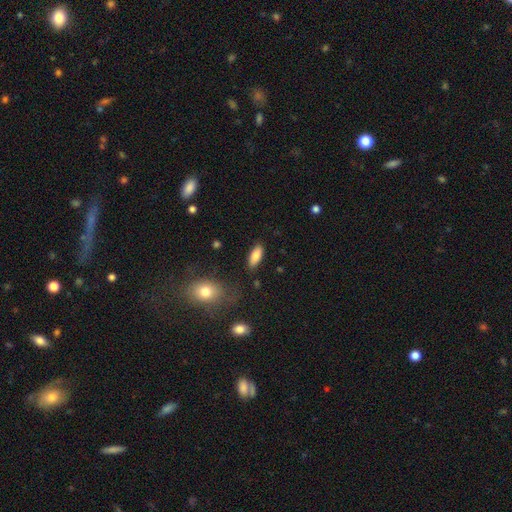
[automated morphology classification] Smooth or featured: smooth — 85% (featured or disk — 8%)
How rounded: in between — 81% (cigar-shaped — 17%)
Merging: none — 84% (minor disturbance — 11%)